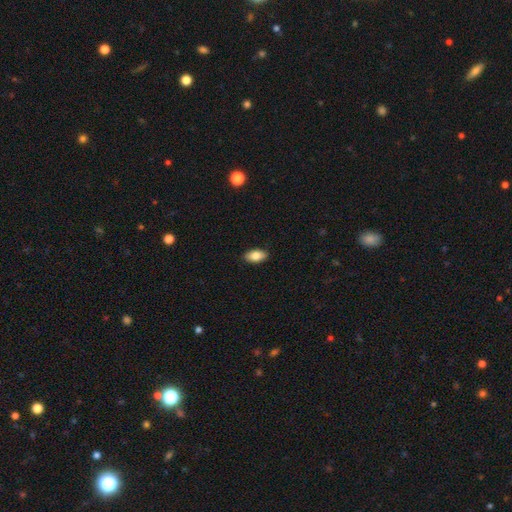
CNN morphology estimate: Smooth or featured: smooth — 86% (featured or disk — 7%)
How rounded: in between — 93% (round — 4%)
Merging: none — 89% (minor disturbance — 8%)